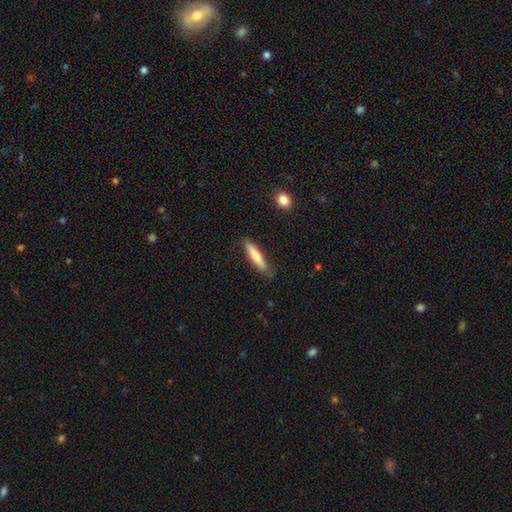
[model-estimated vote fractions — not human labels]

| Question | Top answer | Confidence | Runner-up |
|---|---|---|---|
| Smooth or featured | smooth | 68% | featured or disk (26%) |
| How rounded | cigar-shaped | 87% | in between (12%) |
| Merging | none | 84% | minor disturbance (12%) |